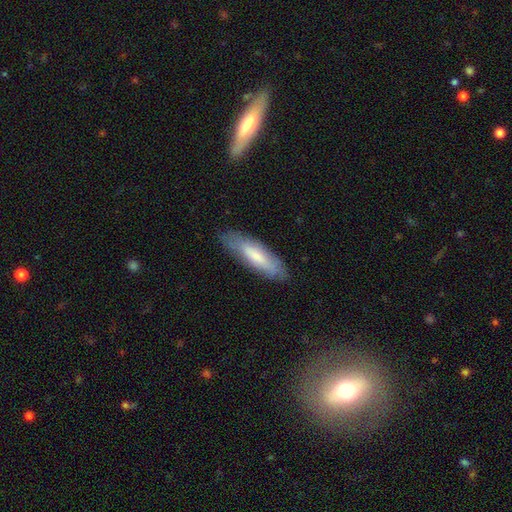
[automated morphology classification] A smooth galaxy with no disk features (63%) that is cigar-shaped (62%). Merging: none (81%).